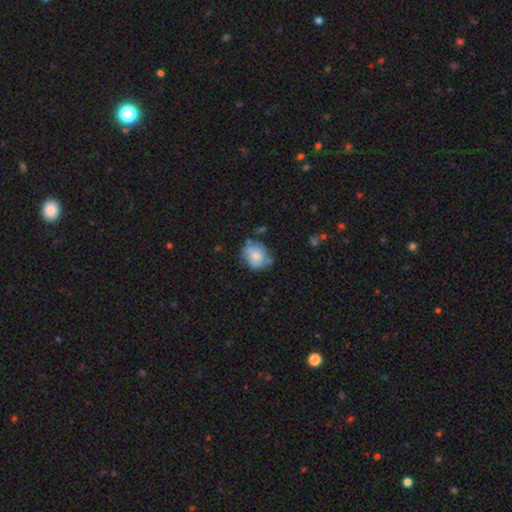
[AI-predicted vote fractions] smooth-or-featured: smooth: 60% | featured or disk: 32% | star or artifact: 8%
  how-rounded: round: 67% | in between: 32% | cigar-shaped: 1%
  merging: none: 52% | minor disturbance: 29% | major disturbance: 12% | merger: 7%